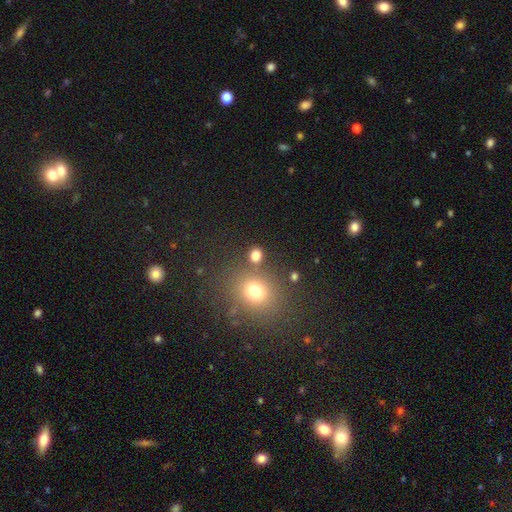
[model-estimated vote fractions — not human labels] A smooth galaxy with no disk features (77%) that is round (72%). Merging: none (76%).